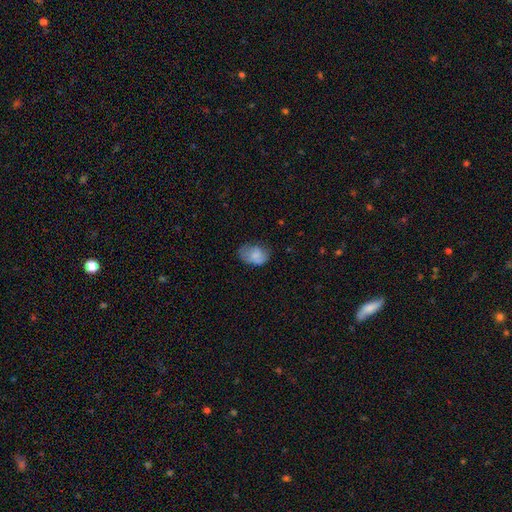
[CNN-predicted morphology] Q: Smooth or featured?
A: smooth (76%); runner-up: featured or disk (16%)
Q: How rounded?
A: in between (82%); runner-up: round (17%)
Q: Merging?
A: none (53%); runner-up: minor disturbance (32%)